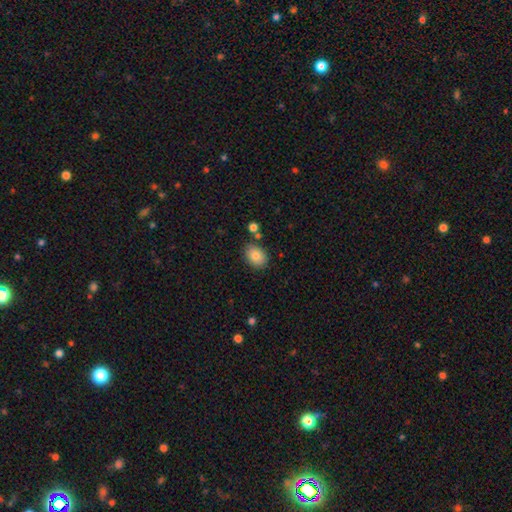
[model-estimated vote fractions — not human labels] Smooth or featured? Predicted: smooth (p=0.83). How rounded? Predicted: in between (p=0.69). Merging? Predicted: none (p=0.81).